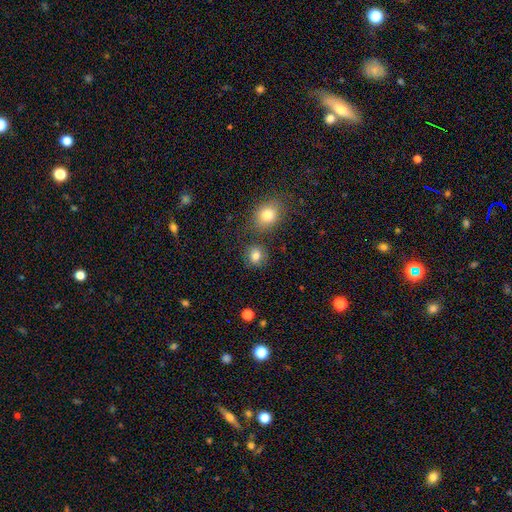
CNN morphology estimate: The model was most divided on "how rounded": round: 76%, in between: 23%, cigar-shaped: 1%. More confident: smooth or featured — smooth (81%); merging — none (78%).